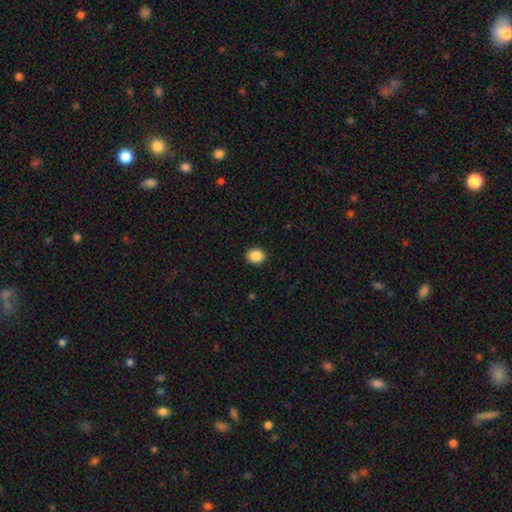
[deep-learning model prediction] smooth_or_featured: smooth (p=0.89) [alt: star or artifact p=0.09]
how_rounded: round (p=0.54) [alt: in between p=0.45]
merging: none (p=0.91) [alt: minor disturbance p=0.06]